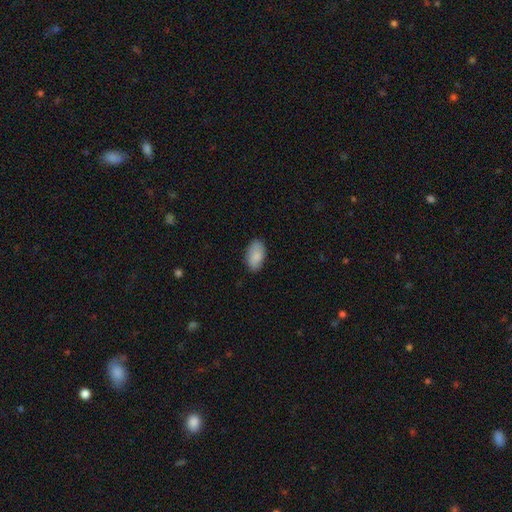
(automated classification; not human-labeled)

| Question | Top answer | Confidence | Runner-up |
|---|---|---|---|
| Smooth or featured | smooth | 84% | featured or disk (9%) |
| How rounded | in between | 94% | round (4%) |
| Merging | none | 81% | minor disturbance (15%) |